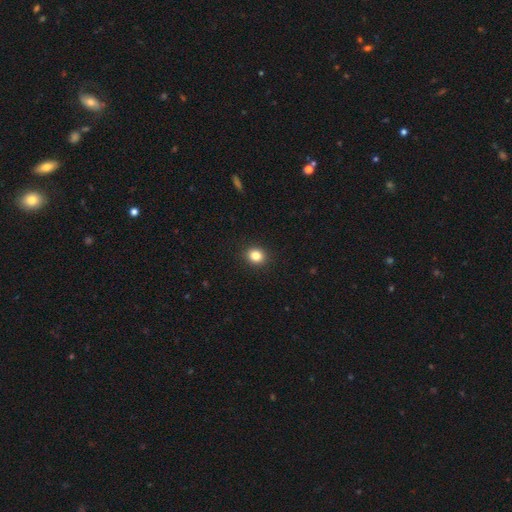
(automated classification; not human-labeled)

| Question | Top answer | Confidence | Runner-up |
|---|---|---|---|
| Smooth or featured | smooth | 83% | star or artifact (11%) |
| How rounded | round | 75% | in between (24%) |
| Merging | none | 92% | minor disturbance (5%) |